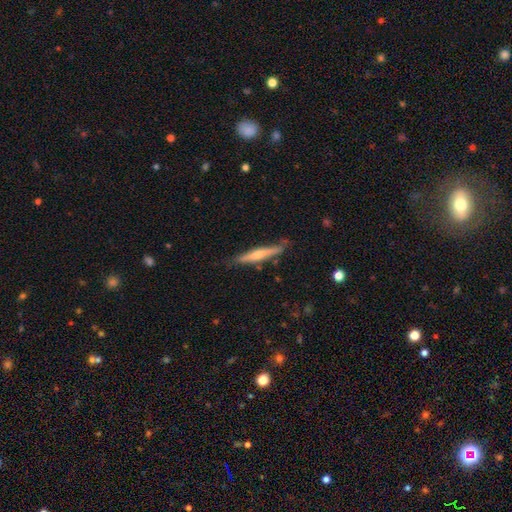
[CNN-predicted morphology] A featured or disk galaxy (57%) viewed edge-on (95%) with a rounded central bulge (65%). Merging: none (80%).